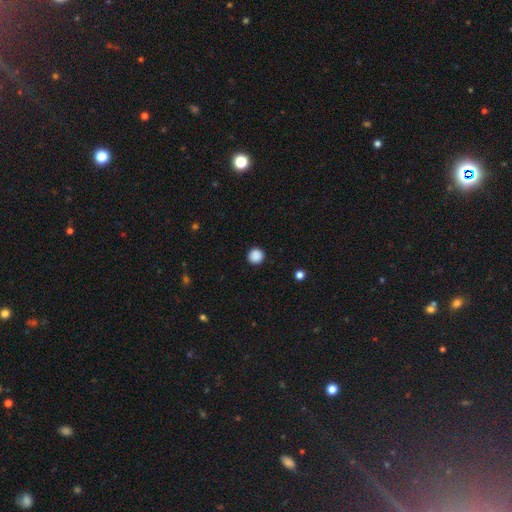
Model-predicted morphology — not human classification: smooth_or_featured: smooth (p=0.88) [alt: star or artifact p=0.10]
how_rounded: round (p=0.96) [alt: in between p=0.03]
merging: none (p=0.93) [alt: minor disturbance p=0.04]